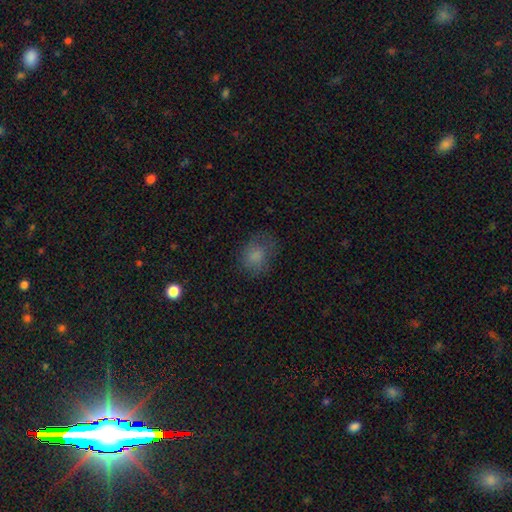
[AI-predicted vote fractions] Smooth or featured? smooth (77%)
How rounded? in between (52%)
Merging? none (63%)